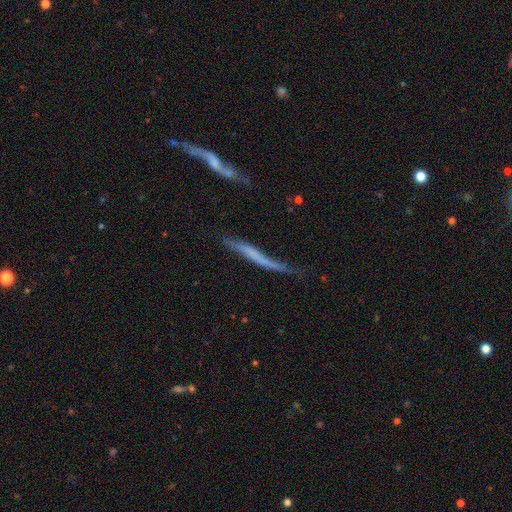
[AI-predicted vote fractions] Smooth or featured? featured or disk (53%)
Edge-on disk? yes (73%)
Merging? none (43%)